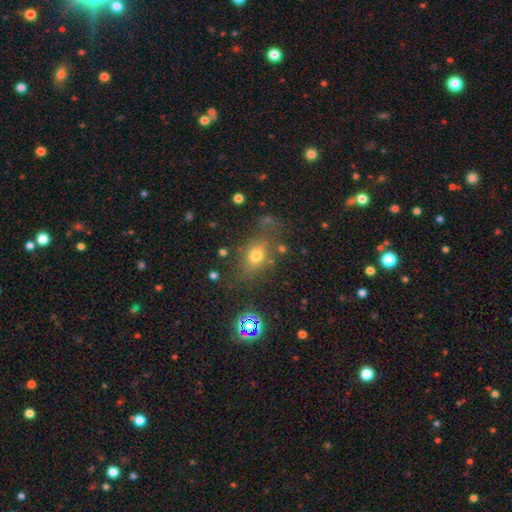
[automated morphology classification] smooth-or-featured: smooth: 66% | star or artifact: 19% | featured or disk: 15%
  how-rounded: in between: 61% | round: 35% | cigar-shaped: 5%
  merging: none: 66% | minor disturbance: 17% | major disturbance: 10% | merger: 6%